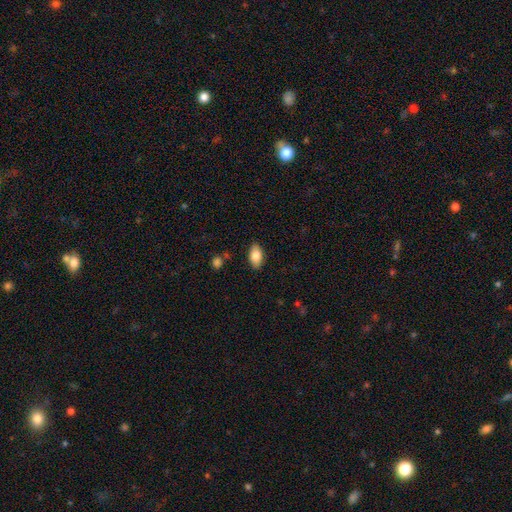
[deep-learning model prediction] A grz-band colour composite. It shows a smooth galaxy with no disk features (83%) that is in between round and cigar-shaped (92%). Merging: none (86%).